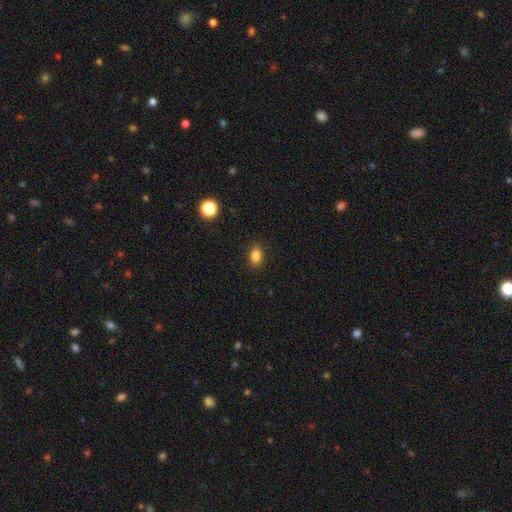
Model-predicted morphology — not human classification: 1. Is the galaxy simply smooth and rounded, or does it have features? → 85% smooth, 11% star or artifact, 4% featured or disk.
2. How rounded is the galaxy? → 77% in between, 22% round, 2% cigar-shaped.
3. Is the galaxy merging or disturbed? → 88% none, 8% minor disturbance, 2% major disturbance, 1% merger.